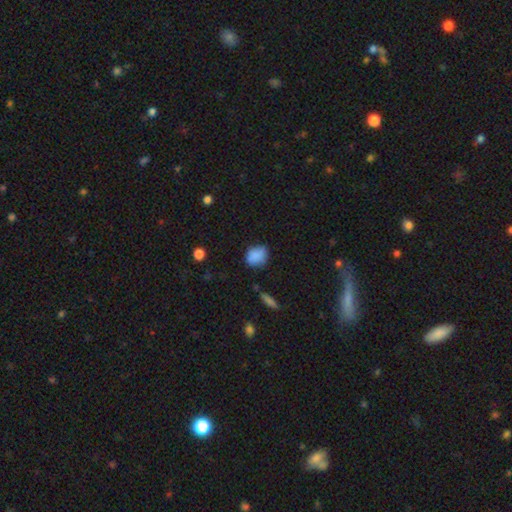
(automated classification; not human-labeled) smooth 84%, star or artifact 9%, featured or disk 6%. Down the decision tree: how rounded — round (51%); merging — none (65%).